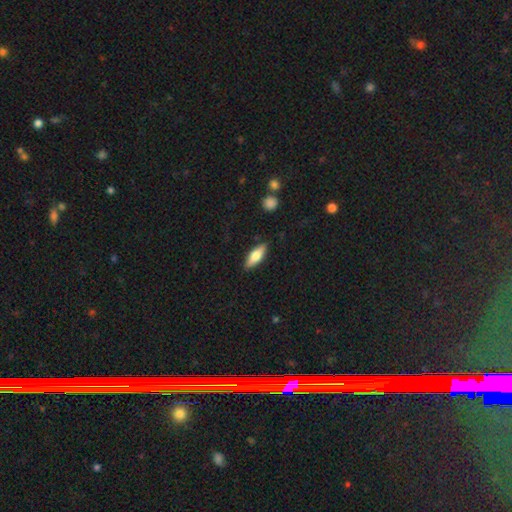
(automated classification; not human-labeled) A smooth galaxy with no disk features (68%) that is in between round and cigar-shaped (61%).

Vote fractions:
- Smooth or featured? smooth: 68% / featured or disk: 26% / star or artifact: 6%
- How rounded? in between: 61% / cigar-shaped: 37% / round: 2%
- Merging? none: 86% / minor disturbance: 11% / major disturbance: 2% / merger: 1%